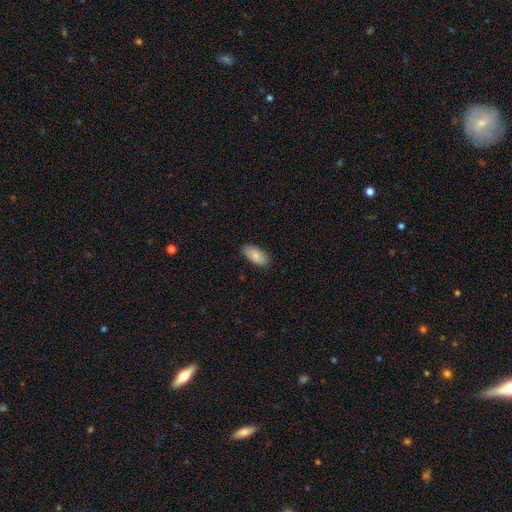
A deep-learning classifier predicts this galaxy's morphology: A smooth galaxy with no disk features (84%) that is in between round and cigar-shaped (92%).

Vote fractions:
- Smooth or featured? smooth: 84% / featured or disk: 9% / star or artifact: 6%
- How rounded? in between: 92% / cigar-shaped: 5% / round: 2%
- Merging? none: 86% / minor disturbance: 11% / major disturbance: 2% / merger: 1%